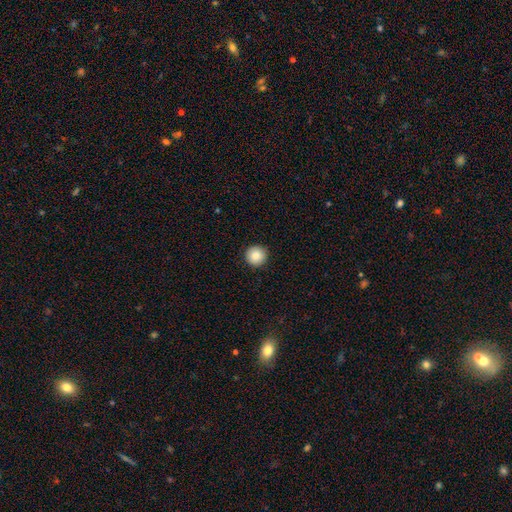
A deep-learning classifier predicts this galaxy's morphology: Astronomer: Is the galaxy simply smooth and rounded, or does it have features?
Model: smooth — 88%.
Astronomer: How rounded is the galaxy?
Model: round — 96%.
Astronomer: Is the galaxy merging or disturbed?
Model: none — 92%.